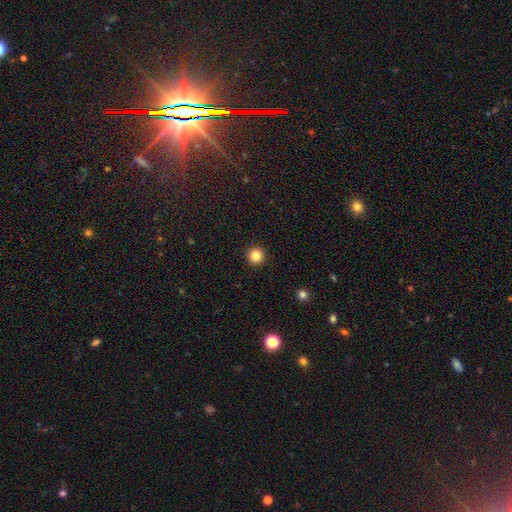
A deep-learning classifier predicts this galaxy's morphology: Q: Smooth or featured?
A: smooth (84%); runner-up: star or artifact (12%)
Q: How rounded?
A: round (96%); runner-up: in between (3%)
Q: Merging?
A: none (94%); runner-up: minor disturbance (4%)